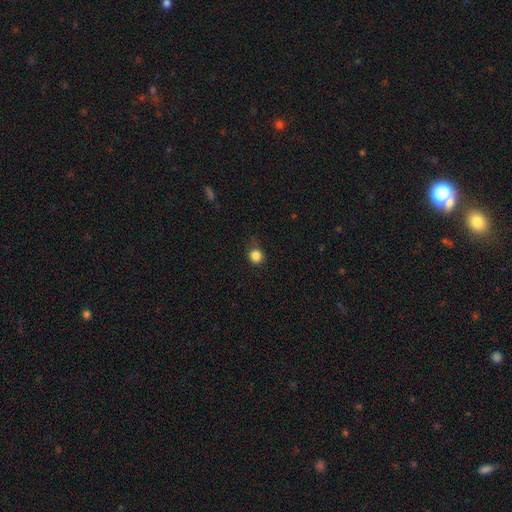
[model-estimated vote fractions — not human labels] A smooth galaxy with no disk features (85%) that is round (86%).

Vote fractions:
- Smooth or featured? smooth: 85% / star or artifact: 11% / featured or disk: 4%
- How rounded? round: 86% / in between: 13% / cigar-shaped: 1%
- Merging? none: 75% / minor disturbance: 19% / major disturbance: 5% / merger: 1%